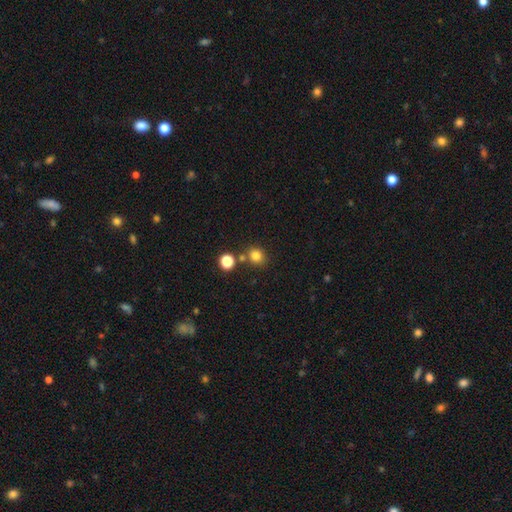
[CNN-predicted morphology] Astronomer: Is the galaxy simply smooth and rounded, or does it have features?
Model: smooth — 80%.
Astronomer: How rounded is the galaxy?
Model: round — 82%.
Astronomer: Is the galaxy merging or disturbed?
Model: none — 75%.